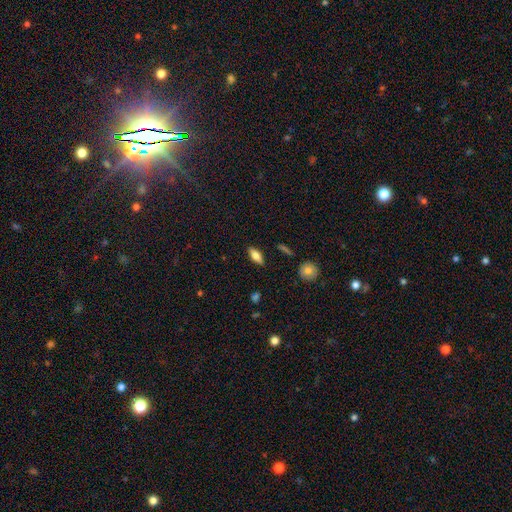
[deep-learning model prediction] Smooth or featured? smooth (70%)
How rounded? in between (79%)
Merging? none (87%)